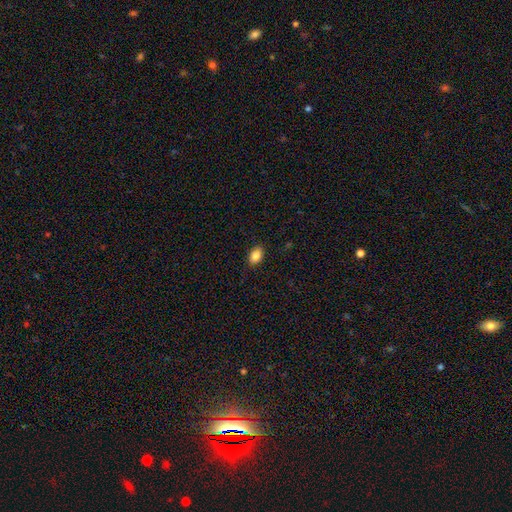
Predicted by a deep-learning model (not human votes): The model was most divided on "how rounded": in between: 86%, round: 13%, cigar-shaped: 1%. More confident: merging — none (89%); smooth or featured — smooth (86%).